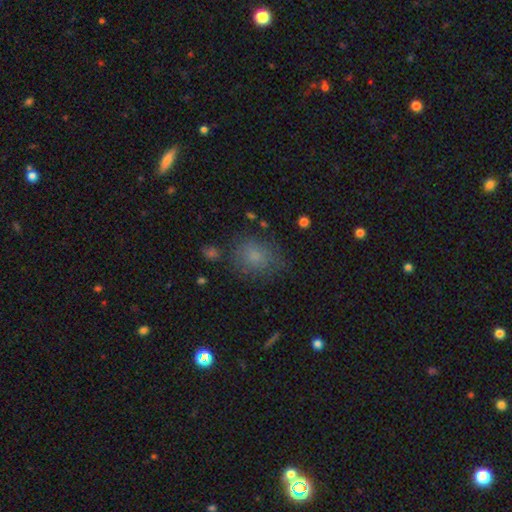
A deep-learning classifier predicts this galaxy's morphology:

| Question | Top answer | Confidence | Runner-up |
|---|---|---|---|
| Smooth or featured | smooth | 75% | star or artifact (14%) |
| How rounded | round | 56% | in between (43%) |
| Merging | none | 68% | minor disturbance (20%) |